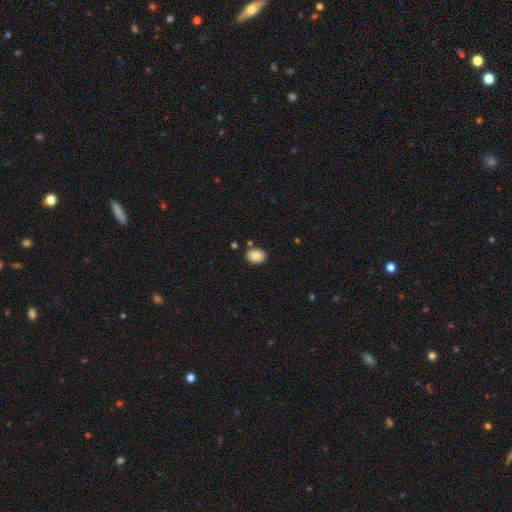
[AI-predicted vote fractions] This appears to be a smooth galaxy with no disk features (87%) that is in between round and cigar-shaped (71%). Merging: none (81%).